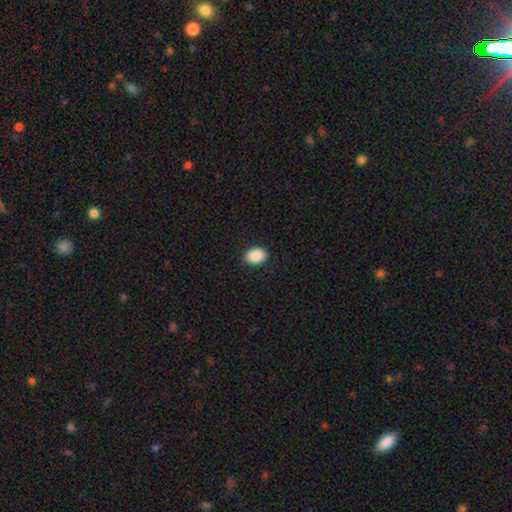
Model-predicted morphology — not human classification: Smooth or featured? Predicted: smooth (p=0.90). How rounded? Predicted: in between (p=0.70). Merging? Predicted: none (p=0.91).